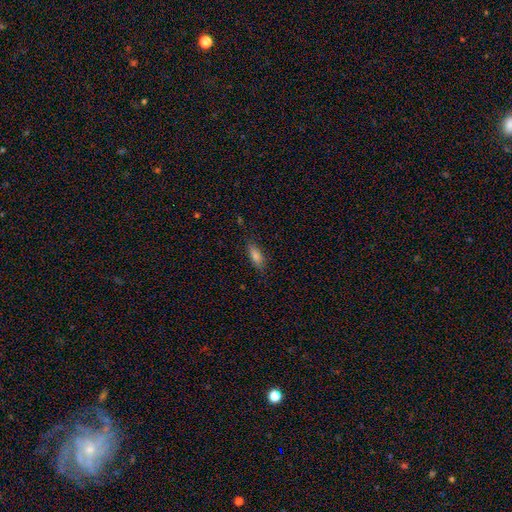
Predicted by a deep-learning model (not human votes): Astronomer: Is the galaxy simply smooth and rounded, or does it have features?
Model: smooth — 79%.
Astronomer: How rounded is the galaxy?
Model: in between — 72%.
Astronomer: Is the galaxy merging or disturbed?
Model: none — 82%.